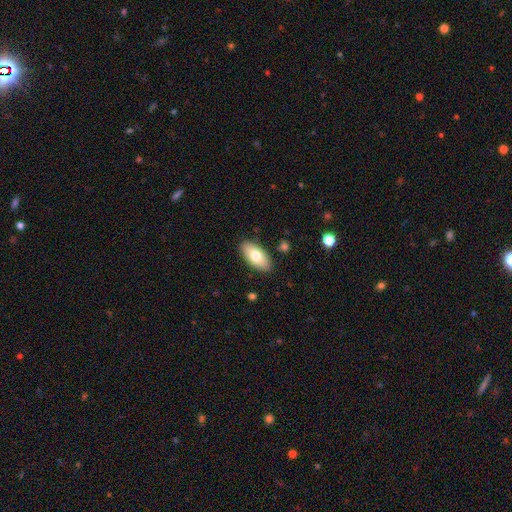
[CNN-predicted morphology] Overall: smooth (74%). How rounded: in between (92%). Merging: none (87%).